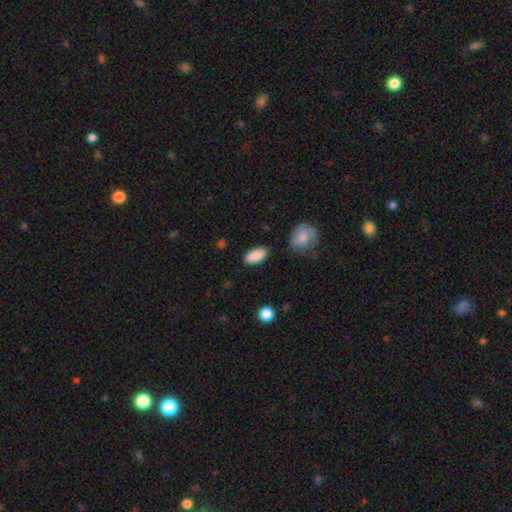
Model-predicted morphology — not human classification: smooth 88%, star or artifact 7%, featured or disk 5%. Down the decision tree: how rounded — in between (92%); merging — none (82%).